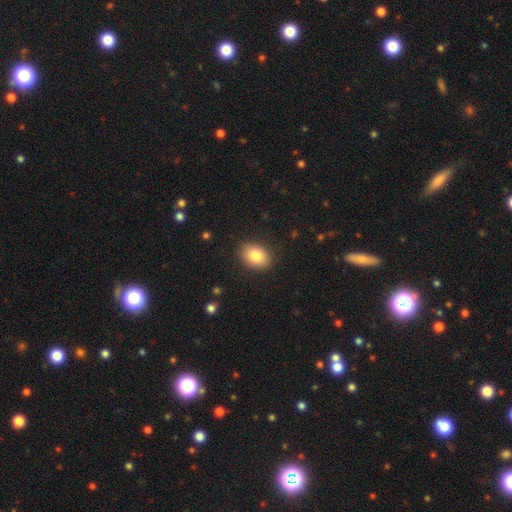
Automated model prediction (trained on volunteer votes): smooth-or-featured: smooth: 84% | featured or disk: 8% | star or artifact: 8%
  how-rounded: in between: 77% | round: 22% | cigar-shaped: 1%
  merging: none: 88% | minor disturbance: 9% | major disturbance: 2% | merger: 1%